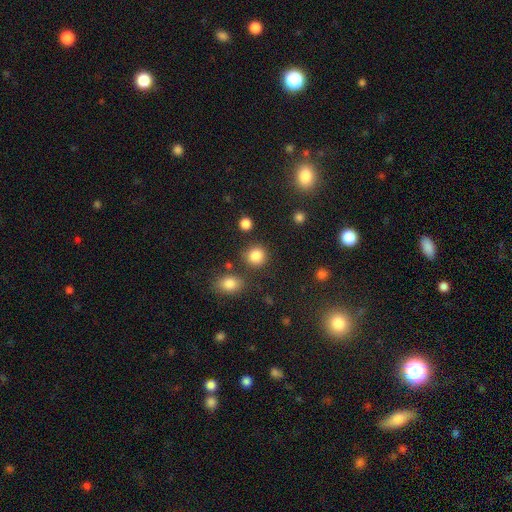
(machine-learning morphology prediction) smooth_or_featured: smooth (p=0.86) [alt: star or artifact p=0.10]
how_rounded: round (p=0.87) [alt: in between p=0.12]
merging: none (p=0.81) [alt: minor disturbance p=0.09]